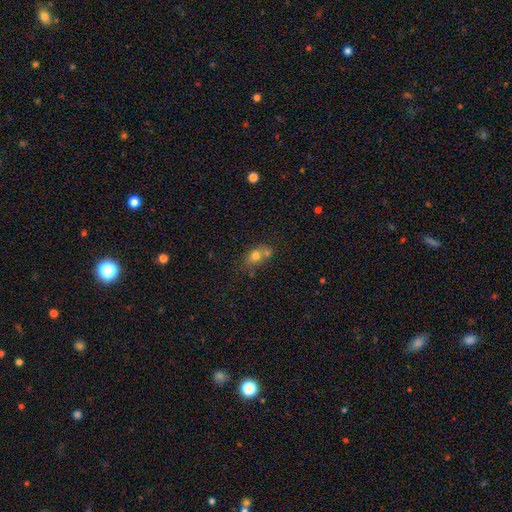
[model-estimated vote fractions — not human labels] Overall: smooth (72%). How rounded: in between (55%; round 42%). Merging: none (42%; merger 37%).